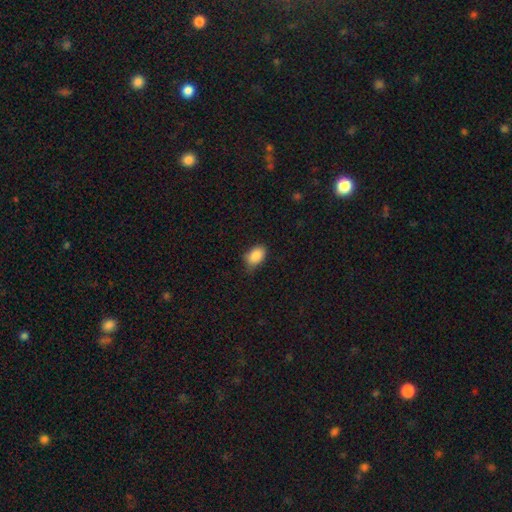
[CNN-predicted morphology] Overall: smooth (87%). How rounded: in between (85%). Merging: none (64%; minor disturbance 30%).